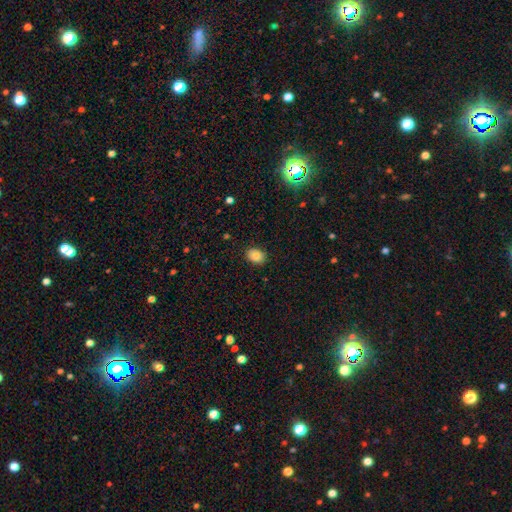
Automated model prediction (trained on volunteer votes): smooth 84%, star or artifact 9%, featured or disk 8%. Down the decision tree: how rounded — in between (68%); merging — none (88%).